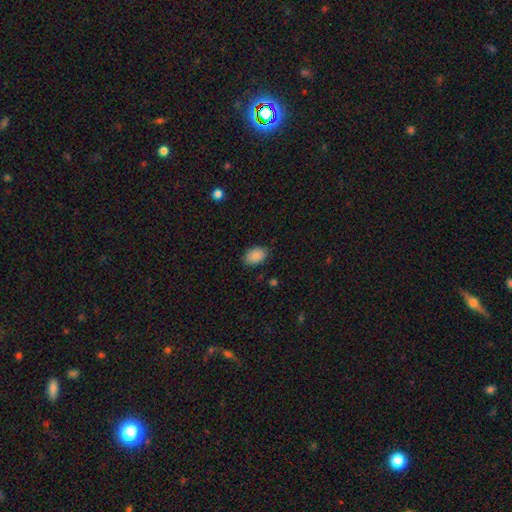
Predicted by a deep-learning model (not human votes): A smooth galaxy with no disk features (89%) that is in between round and cigar-shaped (88%).

Vote fractions:
- Smooth or featured? smooth: 89% / star or artifact: 7% / featured or disk: 4%
- How rounded? in between: 88% / round: 11% / cigar-shaped: 1%
- Merging? none: 84% / minor disturbance: 13% / major disturbance: 3% / merger: 1%